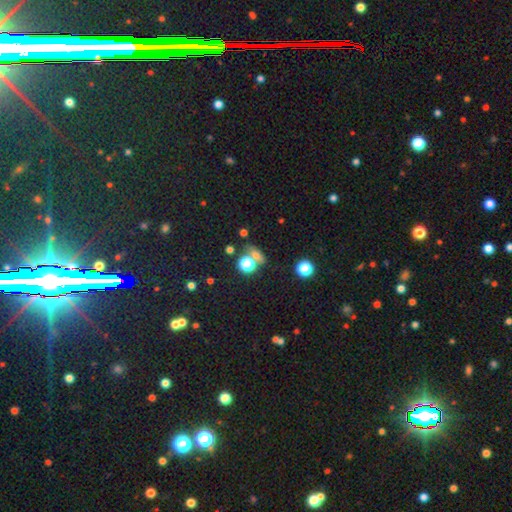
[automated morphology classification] A smooth galaxy with no disk features (55%) that is round (56%). Merging: none (58%).